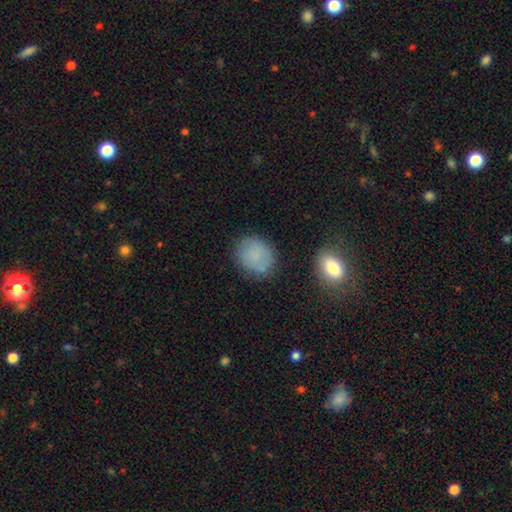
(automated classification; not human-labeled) A smooth galaxy with no disk features (79%) that is round (66%). Merging: none (77%).